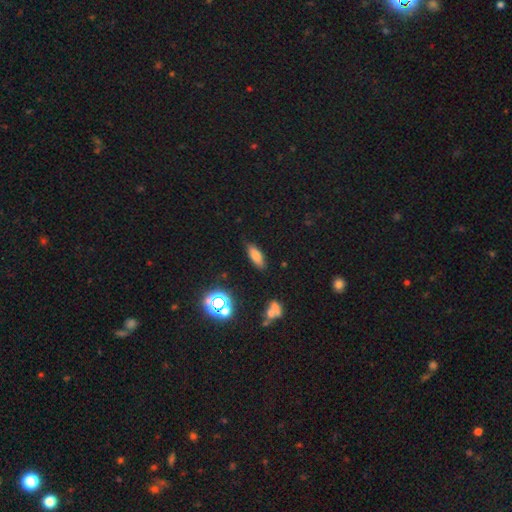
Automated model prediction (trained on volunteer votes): A smooth galaxy with no disk features (75%) that is in between round and cigar-shaped (70%).

Vote fractions:
- Smooth or featured? smooth: 75% / star or artifact: 14% / featured or disk: 11%
- How rounded? in between: 70% / cigar-shaped: 27% / round: 3%
- Merging? none: 84% / minor disturbance: 11% / major disturbance: 3% / merger: 2%